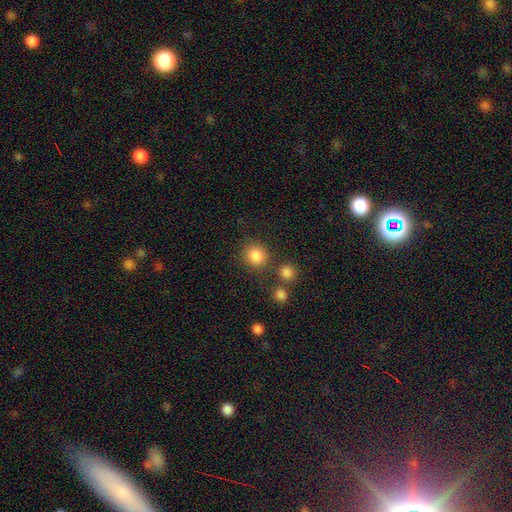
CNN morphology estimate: A smooth galaxy with no disk features (84%) that is round (89%). Merging: none (79%).